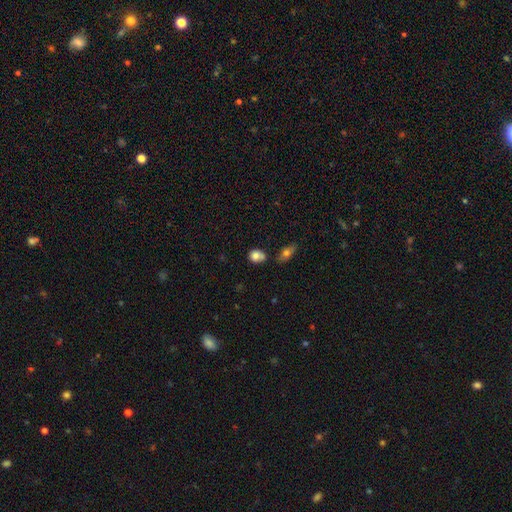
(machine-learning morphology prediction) Smooth or featured?
  - smooth: 81% *
  - featured or disk: 10%
  - star or artifact: 9%
How rounded?
  - round: 59% *
  - in between: 40%
  - cigar-shaped: 2%
Merging?
  - none: 49% *
  - merger: 26%
  - minor disturbance: 19%
  - major disturbance: 6%